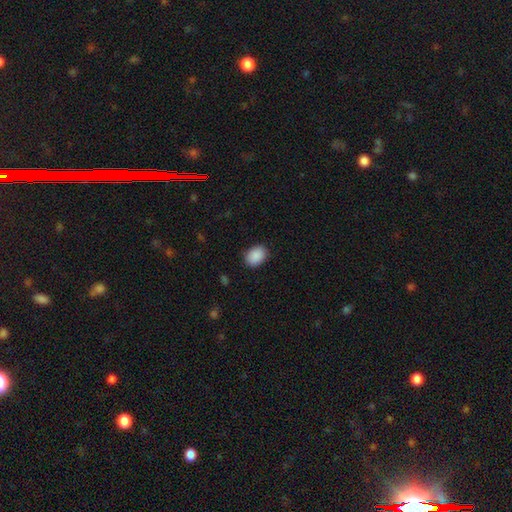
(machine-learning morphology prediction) smooth 90%, star or artifact 7%, featured or disk 3%. Down the decision tree: how rounded — in between (76%); merging — none (88%).